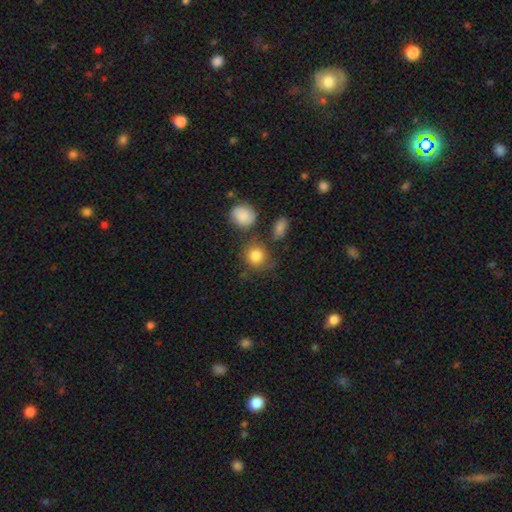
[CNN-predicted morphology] type=smooth (83%); roundness=round (83%); merging=none (69%).